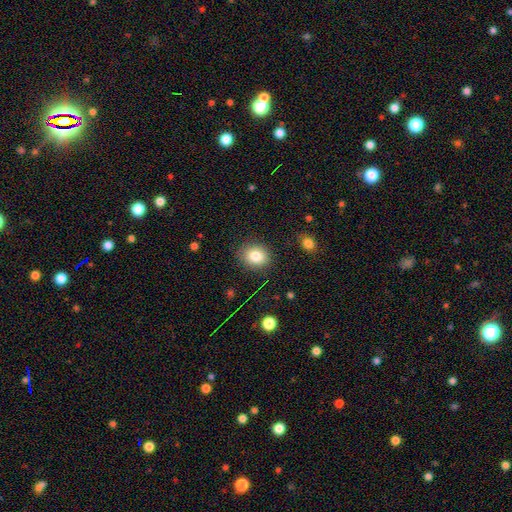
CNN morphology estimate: smooth-or-featured: smooth: 82% | star or artifact: 10% | featured or disk: 8%
  how-rounded: round: 58% | in between: 41% | cigar-shaped: 1%
  merging: none: 86% | minor disturbance: 10% | major disturbance: 3% | merger: 1%